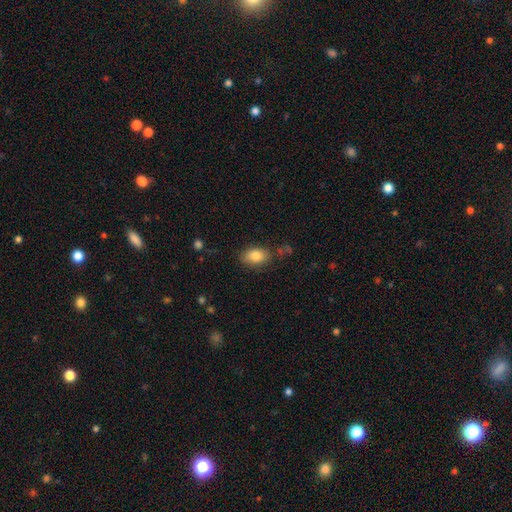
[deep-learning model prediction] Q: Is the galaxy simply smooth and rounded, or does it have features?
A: smooth — 84%.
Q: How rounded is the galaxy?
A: in between — 87%.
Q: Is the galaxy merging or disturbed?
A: none — 74%.